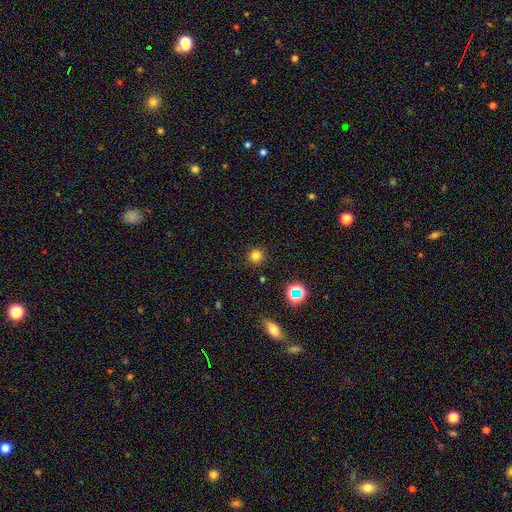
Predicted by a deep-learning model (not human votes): Morphology: type=smooth (78%); roundness=round (93%); merging=none (89%).